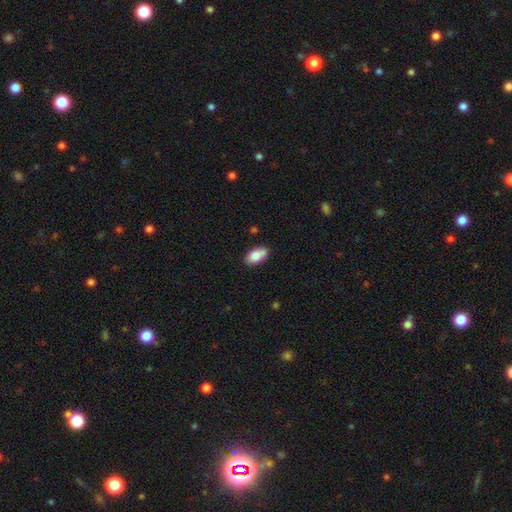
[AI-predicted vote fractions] A smooth galaxy with no disk features (82%) that is in between round and cigar-shaped (92%).

Vote fractions:
- Smooth or featured? smooth: 82% / featured or disk: 11% / star or artifact: 7%
- How rounded? in between: 92% / round: 5% / cigar-shaped: 3%
- Merging? none: 71% / minor disturbance: 18% / merger: 8% / major disturbance: 3%